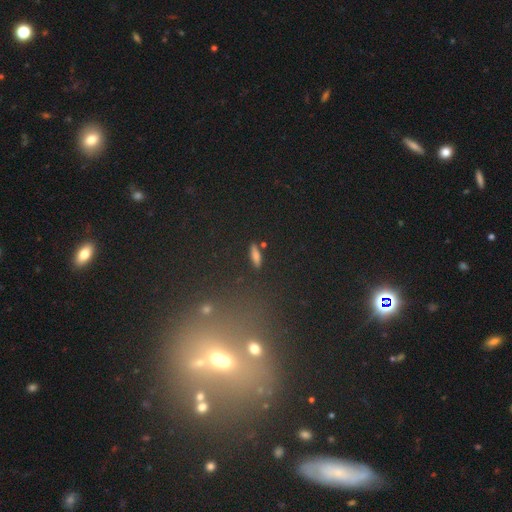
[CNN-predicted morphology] smooth-or-featured: smooth: 48% | star or artifact: 31% | featured or disk: 21%
  merging: none: 80% | minor disturbance: 10% | merger: 6% | major disturbance: 5%